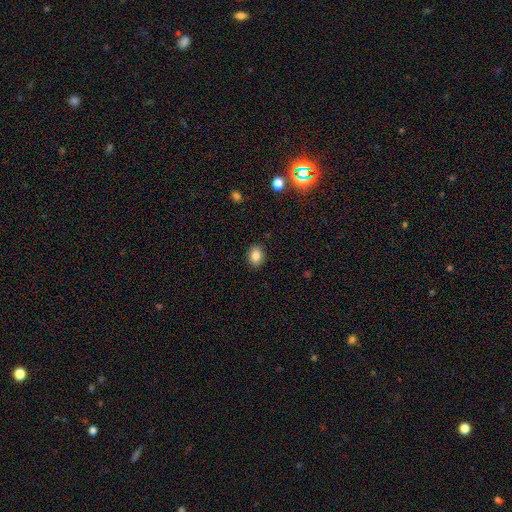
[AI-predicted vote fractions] Smooth or featured? Predicted: smooth (p=0.84). How rounded? Predicted: in between (p=0.61). Merging? Predicted: none (p=0.89).